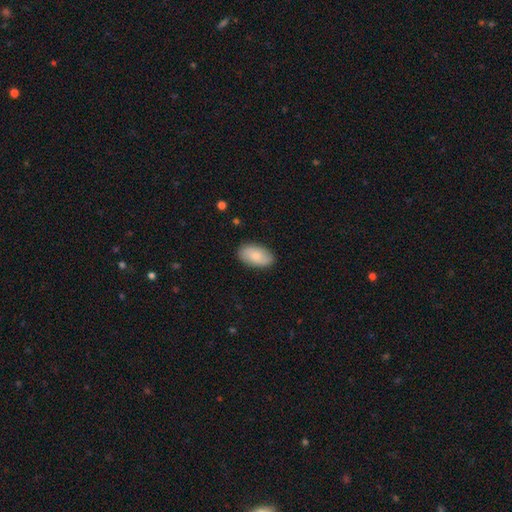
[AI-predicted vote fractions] Smooth or featured: smooth — 79% (featured or disk — 15%)
How rounded: in between — 94% (round — 4%)
Merging: none — 87% (minor disturbance — 10%)